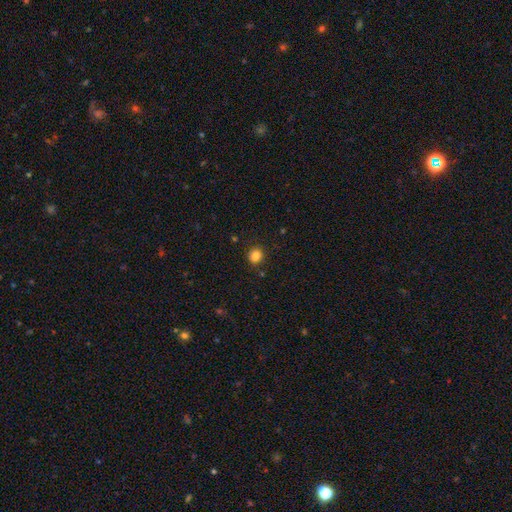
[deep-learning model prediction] smooth 83%, star or artifact 12%, featured or disk 5%. Down the decision tree: how rounded — round (80%); merging — none (81%).